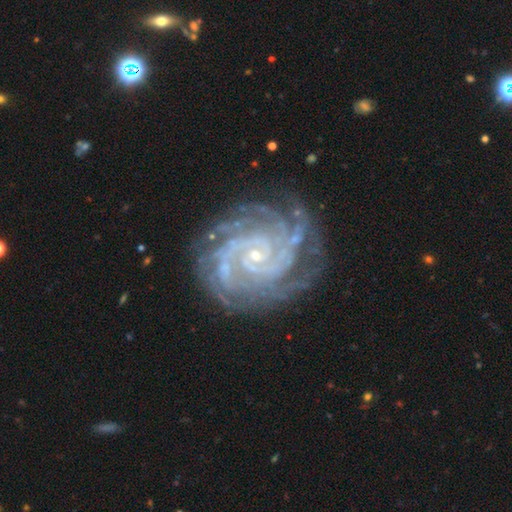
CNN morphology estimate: This appears to be a featured or disk galaxy (92%) with no bar (65%), 4 (25%) tight (79%) spiral arms (99%) and a small central bulge (87%). Merging: none (79%).